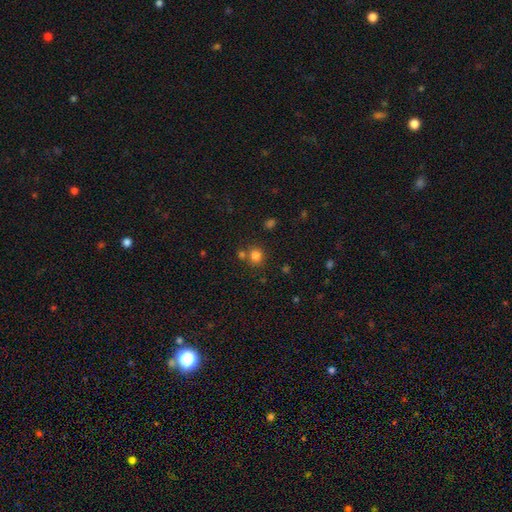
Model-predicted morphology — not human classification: Smooth or featured?
  - smooth: 80% *
  - star or artifact: 14%
  - featured or disk: 6%
How rounded?
  - round: 84% *
  - in between: 15%
  - cigar-shaped: 1%
Merging?
  - none: 70% *
  - merger: 18%
  - minor disturbance: 9%
  - major disturbance: 3%